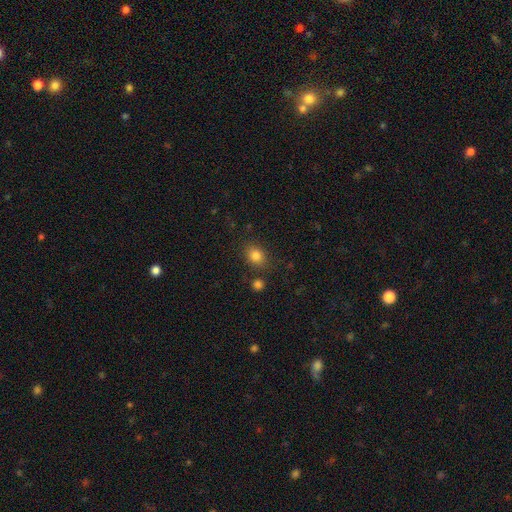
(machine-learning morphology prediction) smooth_or_featured: smooth (p=0.83) [alt: star or artifact p=0.11]
how_rounded: in between (p=0.53) [alt: round p=0.46]
merging: none (p=0.80) [alt: minor disturbance p=0.11]